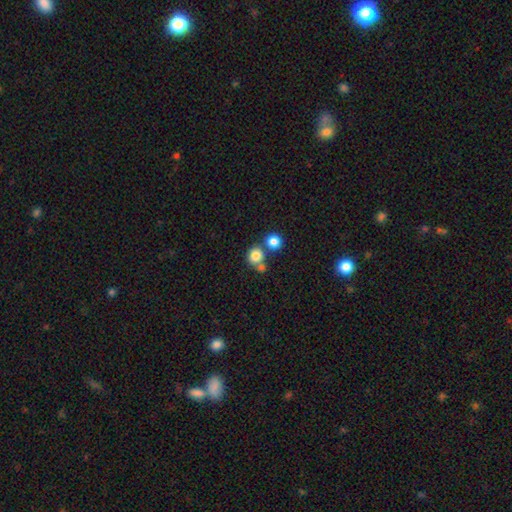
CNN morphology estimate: smooth-or-featured: smooth: 82% | star or artifact: 11% | featured or disk: 7%
  how-rounded: round: 86% | in between: 13% | cigar-shaped: 1%
  merging: none: 58% | merger: 30% | minor disturbance: 8% | major disturbance: 4%